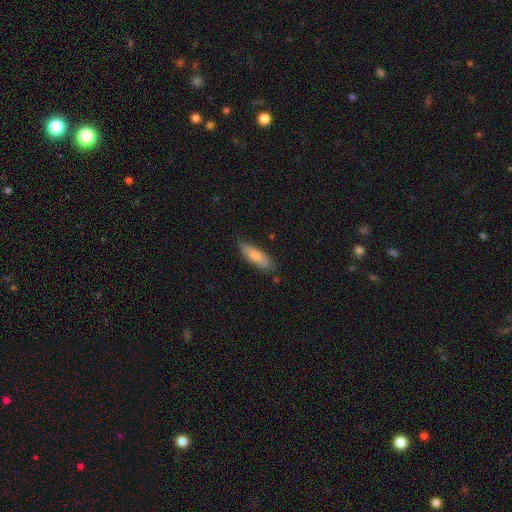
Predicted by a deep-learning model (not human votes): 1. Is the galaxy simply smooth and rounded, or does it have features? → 80% smooth, 14% featured or disk, 6% star or artifact.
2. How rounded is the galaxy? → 50% cigar-shaped, 49% in between, 2% round.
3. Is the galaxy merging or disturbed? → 81% none, 15% minor disturbance, 3% major disturbance, 2% merger.